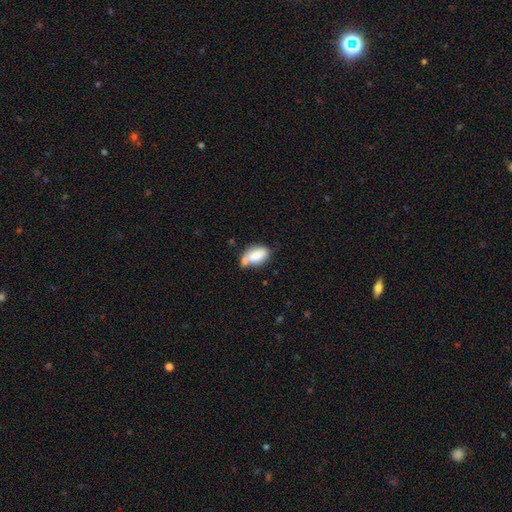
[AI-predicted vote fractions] This is likely a smooth galaxy (79%). How rounded: clearly in between (91%). Merging: marginally none (43%).